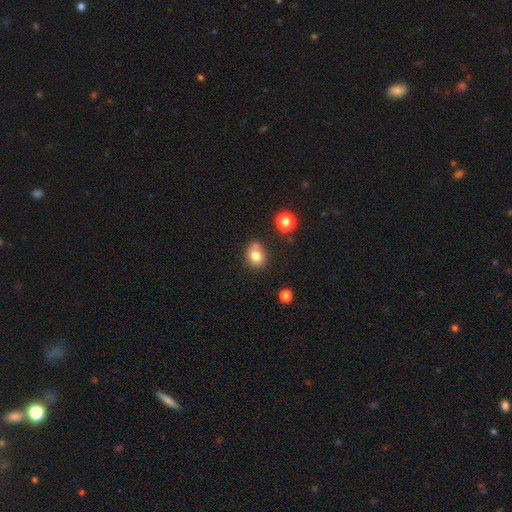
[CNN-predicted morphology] smooth 78%, star or artifact 11%, featured or disk 10%. Down the decision tree: how rounded — round (50%); merging — none (56%).